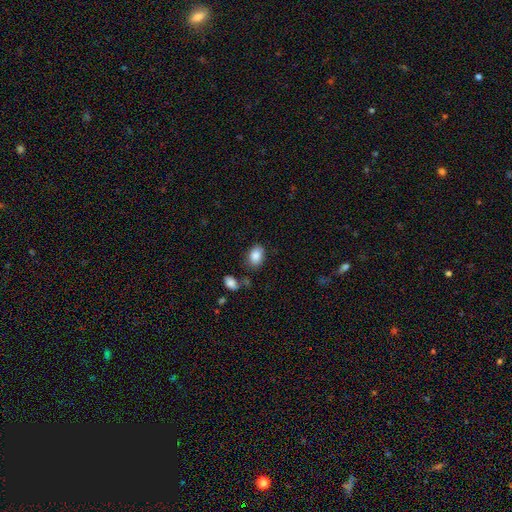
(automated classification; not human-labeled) Morphology: type=smooth (87%); roundness=in between (81%); merging=none (77%).